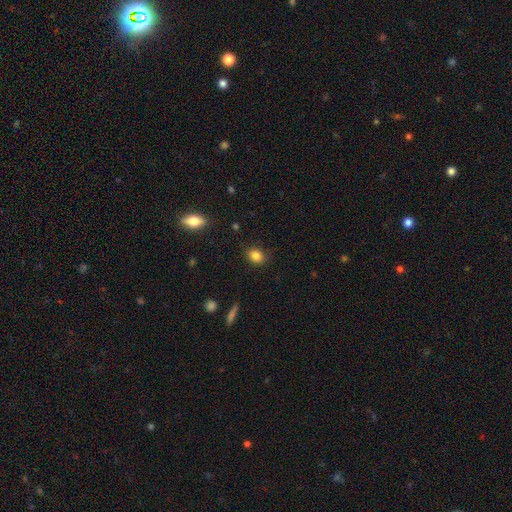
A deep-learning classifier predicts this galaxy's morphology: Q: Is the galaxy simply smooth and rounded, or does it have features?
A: smooth — 84%.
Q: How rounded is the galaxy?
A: round — 51%.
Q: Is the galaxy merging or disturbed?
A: none — 83%.